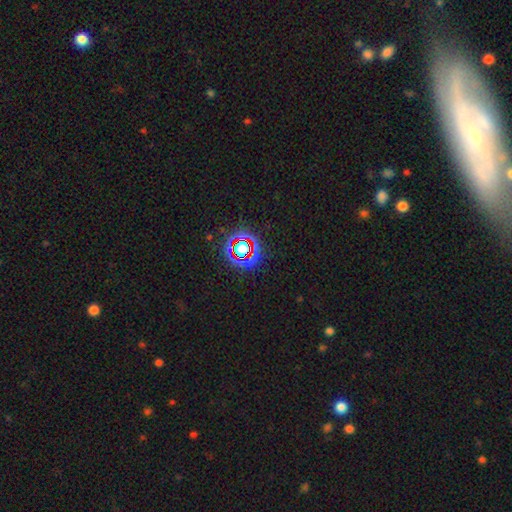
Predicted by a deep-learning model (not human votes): star or artifact 45%, featured or disk 32%, smooth 23%.